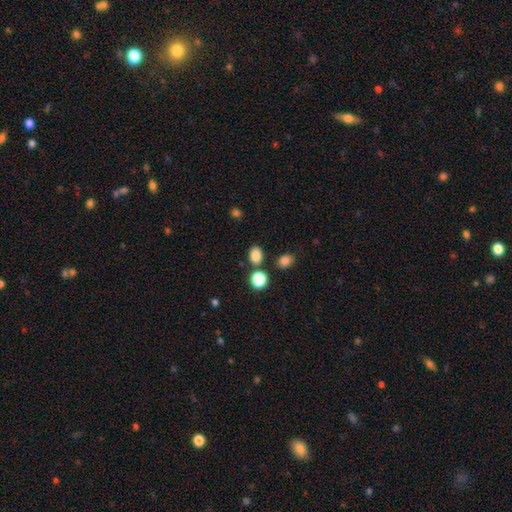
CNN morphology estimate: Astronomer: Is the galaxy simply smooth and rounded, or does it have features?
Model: smooth — 84%.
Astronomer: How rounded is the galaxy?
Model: in between — 65%.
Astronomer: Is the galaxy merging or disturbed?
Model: none — 78%.